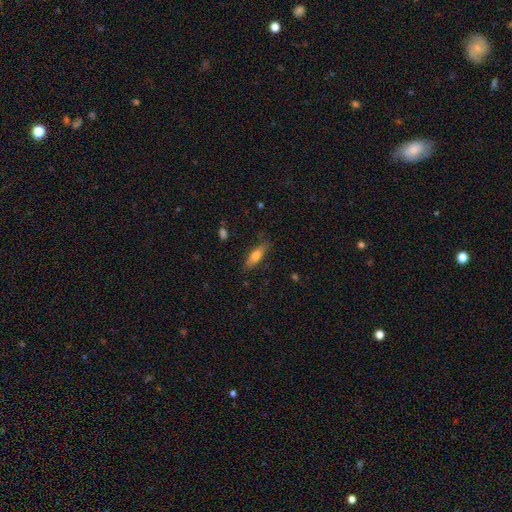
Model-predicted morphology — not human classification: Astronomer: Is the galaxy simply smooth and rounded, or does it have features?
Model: smooth — 71%.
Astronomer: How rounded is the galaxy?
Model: in between — 52% (runner-up: cigar-shaped, 46%).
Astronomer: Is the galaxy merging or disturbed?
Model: none — 80%.